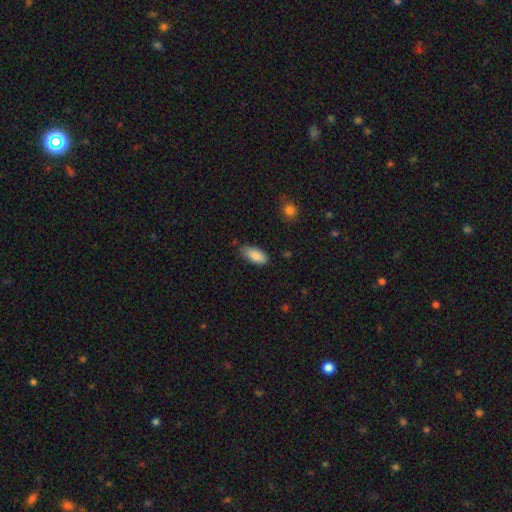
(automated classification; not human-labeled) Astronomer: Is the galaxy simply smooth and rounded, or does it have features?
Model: smooth — 87%.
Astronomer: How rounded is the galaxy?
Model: in between — 90%.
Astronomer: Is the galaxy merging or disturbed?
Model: none — 74%.